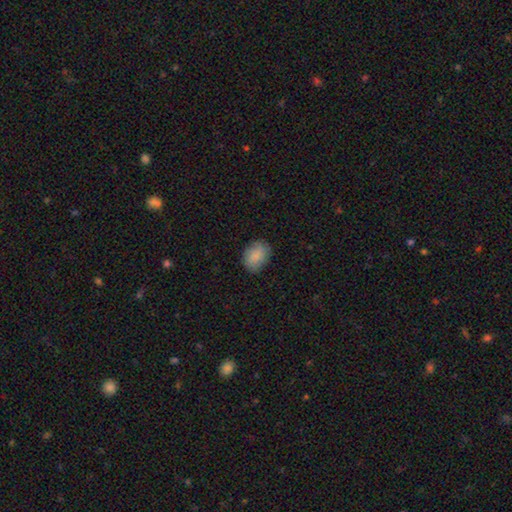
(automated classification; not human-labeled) Smooth or featured: smooth — 87% (star or artifact — 7%)
How rounded: in between — 72% (round — 27%)
Merging: none — 81% (minor disturbance — 15%)